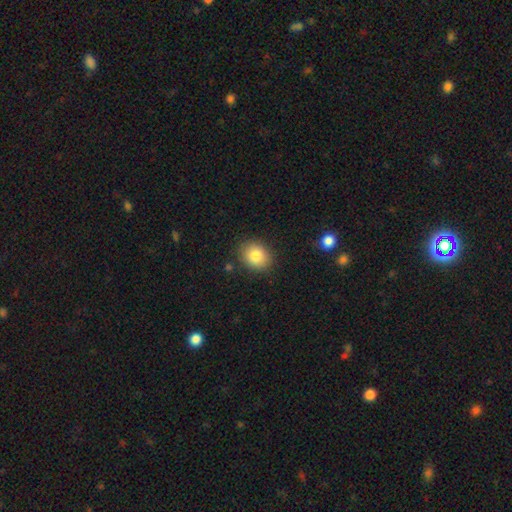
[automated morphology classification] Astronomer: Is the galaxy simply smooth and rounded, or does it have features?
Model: smooth — 84%.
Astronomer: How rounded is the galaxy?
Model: round — 62% (runner-up: in between, 38%).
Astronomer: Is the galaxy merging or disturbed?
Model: none — 86%.